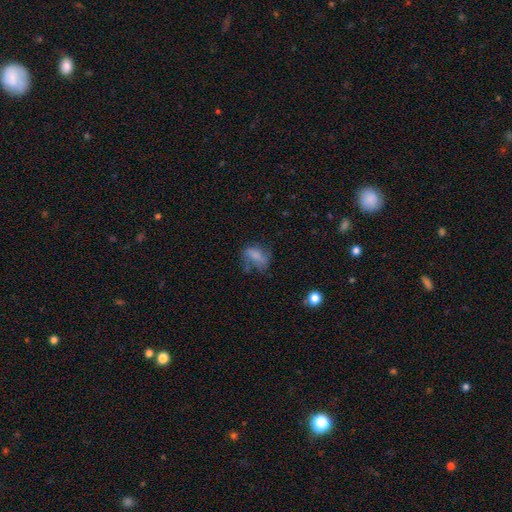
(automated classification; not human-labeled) smooth_or_featured: smooth (p=0.60) [alt: featured or disk p=0.28]
how_rounded: in between (p=0.80) [alt: round p=0.14]
merging: none (p=0.43) [alt: minor disturbance p=0.27]